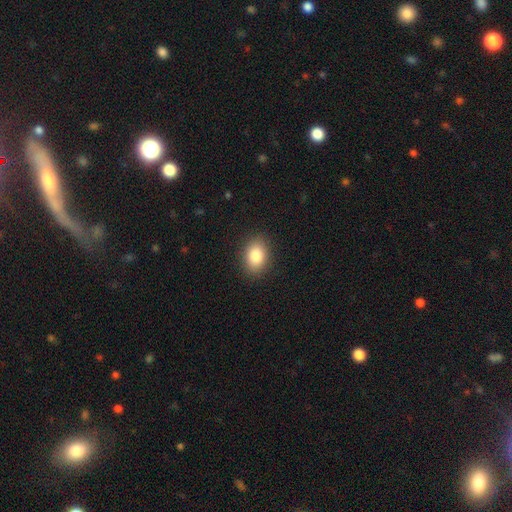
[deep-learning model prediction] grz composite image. It shows a smooth galaxy with no disk features (84%) that is in between round and cigar-shaped (75%). Merging: none (89%).